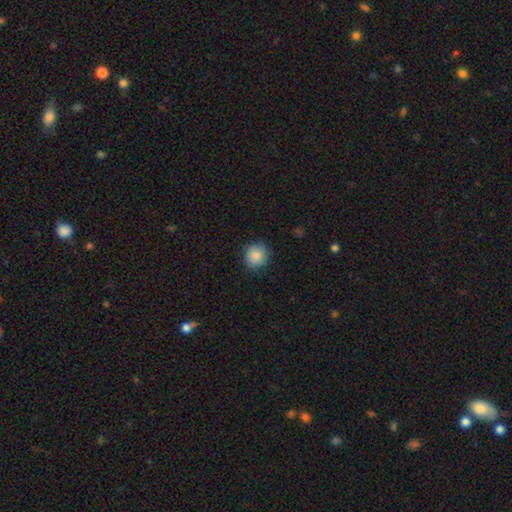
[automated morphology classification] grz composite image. It shows a smooth galaxy with no disk features (87%) that is round (90%). Merging: none (86%).